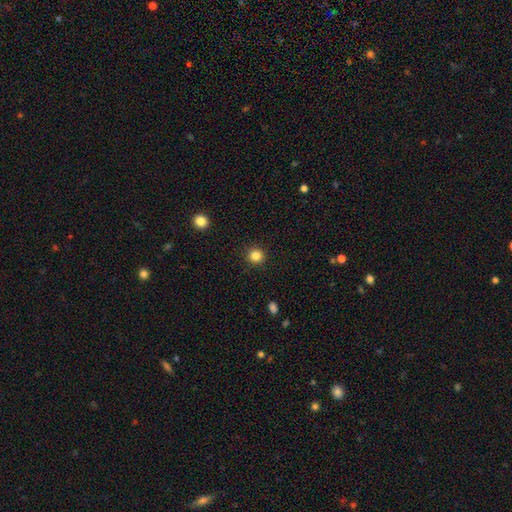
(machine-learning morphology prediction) A smooth galaxy with no disk features (85%) that is round (94%). Merging: none (92%).